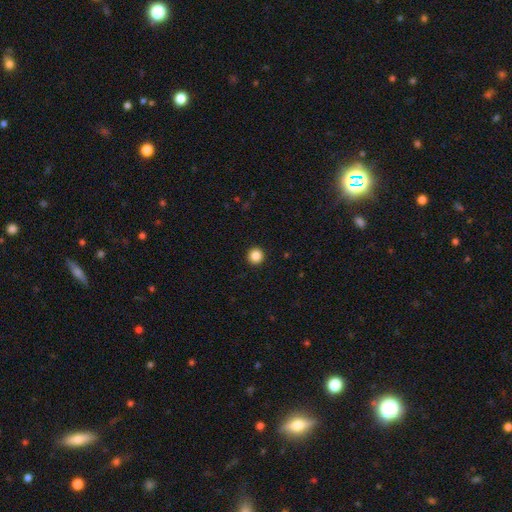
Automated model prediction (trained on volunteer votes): smooth_or_featured: smooth (p=0.87) [alt: star or artifact p=0.10]
how_rounded: round (p=0.96) [alt: in between p=0.03]
merging: none (p=0.94) [alt: minor disturbance p=0.04]